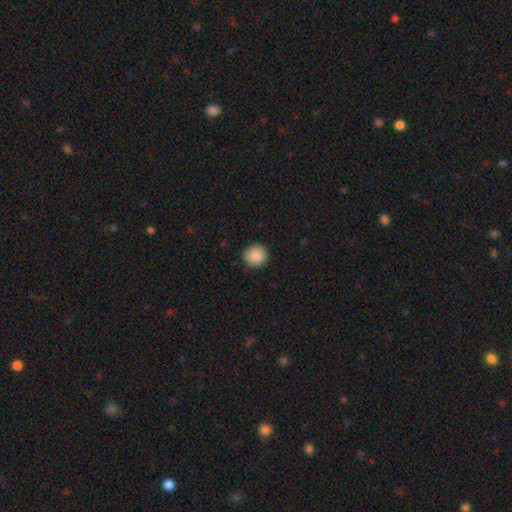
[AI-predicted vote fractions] Overall: smooth (89%). How rounded: round (94%). Merging: none (91%).